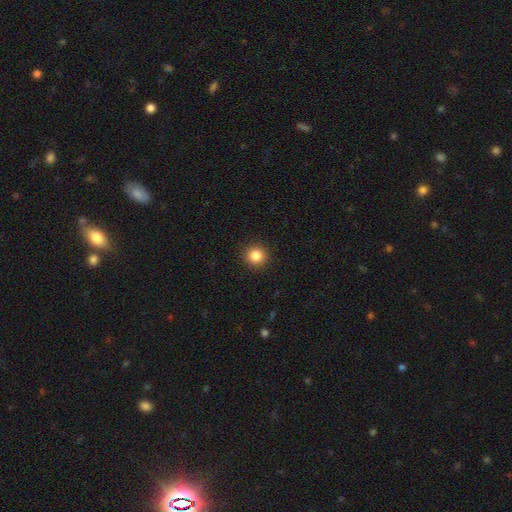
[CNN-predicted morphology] A smooth galaxy with no disk features (85%) that is round (95%). Merging: none (93%).